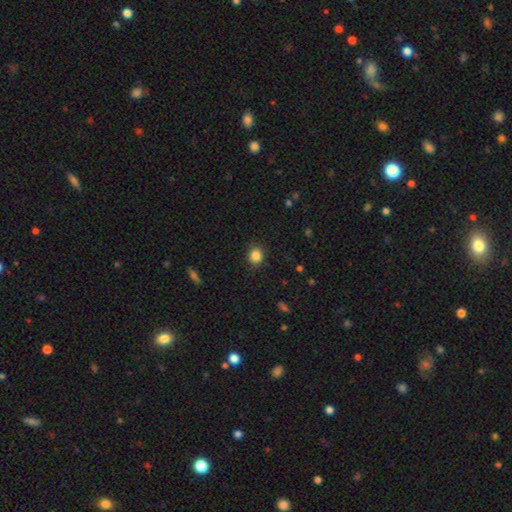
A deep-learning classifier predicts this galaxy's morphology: smooth-or-featured: smooth: 85% | star or artifact: 10% | featured or disk: 4%
  how-rounded: round: 78% | in between: 21% | cigar-shaped: 1%
  merging: none: 87% | minor disturbance: 9% | major disturbance: 2% | merger: 1%